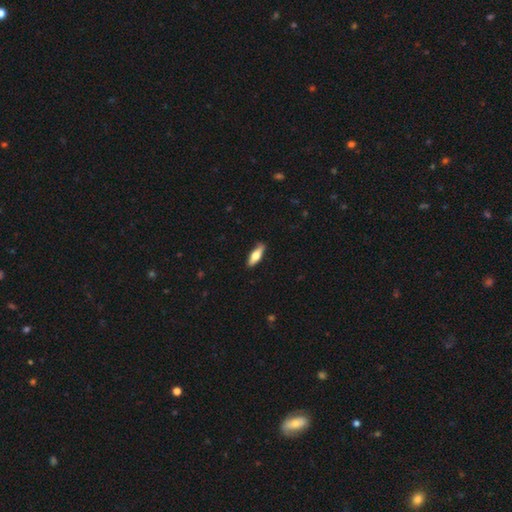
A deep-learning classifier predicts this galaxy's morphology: smooth-or-featured: smooth: 62% | featured or disk: 33% | star or artifact: 5%
  how-rounded: in between: 53% | cigar-shaped: 44% | round: 2%
  merging: none: 86% | minor disturbance: 11% | major disturbance: 2% | merger: 1%